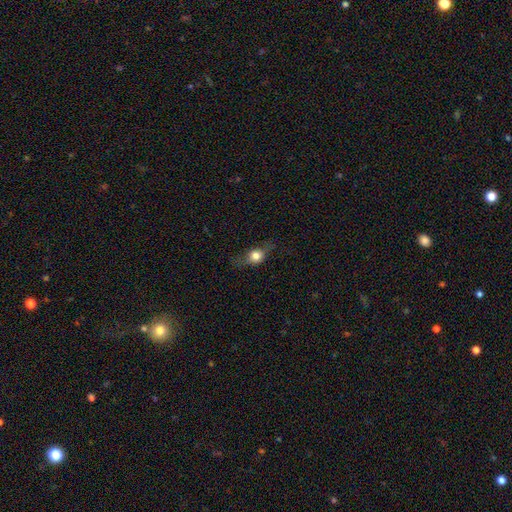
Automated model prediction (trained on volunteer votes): This appears to be a smooth galaxy with no disk features (62%) that is in between round and cigar-shaped (48%). Merging: none (65%).